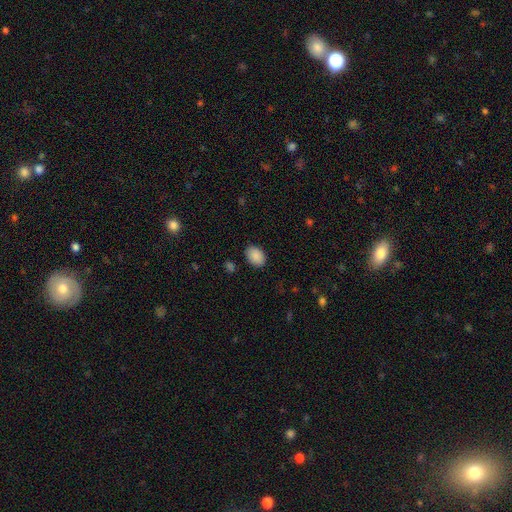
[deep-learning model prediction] Smooth or featured? Predicted: smooth (p=0.89). How rounded? Predicted: in between (p=0.80). Merging? Predicted: none (p=0.87).